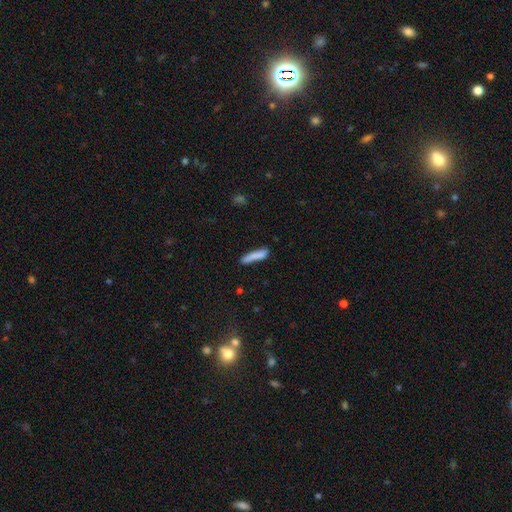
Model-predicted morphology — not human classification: The model was most divided on "merging": none: 72%, minor disturbance: 19%, major disturbance: 5%, merger: 4%. More confident: how rounded — cigar-shaped (87%); smooth or featured — smooth (82%).